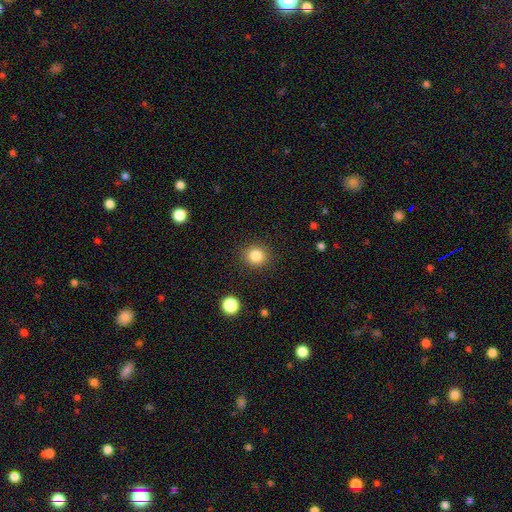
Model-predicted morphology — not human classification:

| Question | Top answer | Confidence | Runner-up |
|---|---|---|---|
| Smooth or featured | smooth | 84% | star or artifact (11%) |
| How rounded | round | 85% | in between (14%) |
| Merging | none | 89% | minor disturbance (7%) |